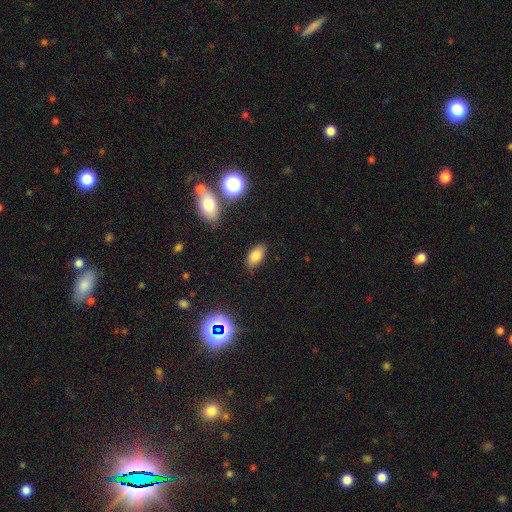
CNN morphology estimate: This is clearly a smooth galaxy (81%). How rounded: clearly in between (92%). Merging: clearly none (84%).